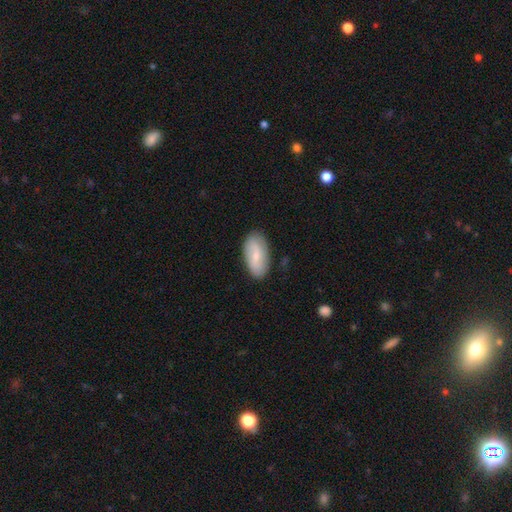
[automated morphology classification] Overall: smooth (61%; featured or disk 33%). How rounded: in between (92%). Merging: none (85%).